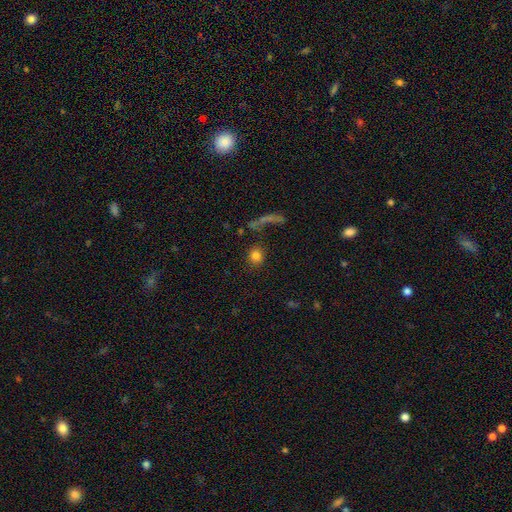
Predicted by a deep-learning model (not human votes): Smooth or featured? smooth (81%)
How rounded? round (86%)
Merging? none (82%)